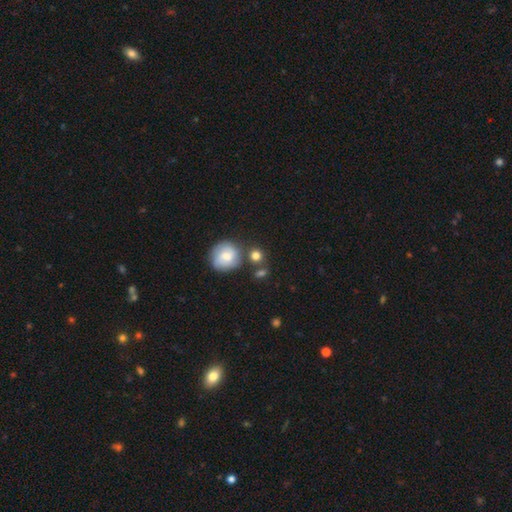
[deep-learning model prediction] Smooth or featured: smooth — 79% (featured or disk — 11%)
How rounded: round — 85% (in between — 14%)
Merging: none — 66% (merger — 17%)